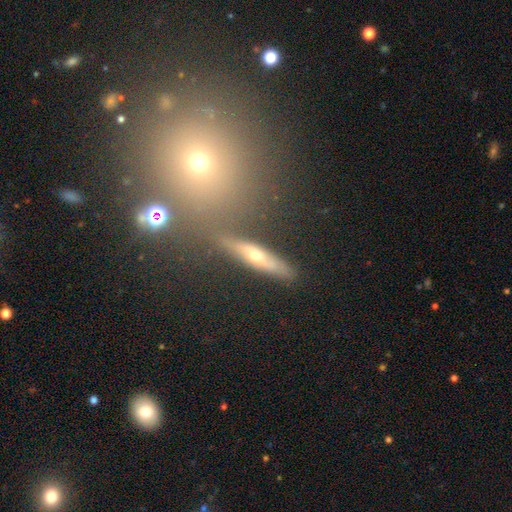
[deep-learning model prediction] The model was most divided on "smooth or featured": featured or disk: 52%, smooth: 39%, star or artifact: 10%. More confident: merging — none (76%); edge-on disk — yes (71%).